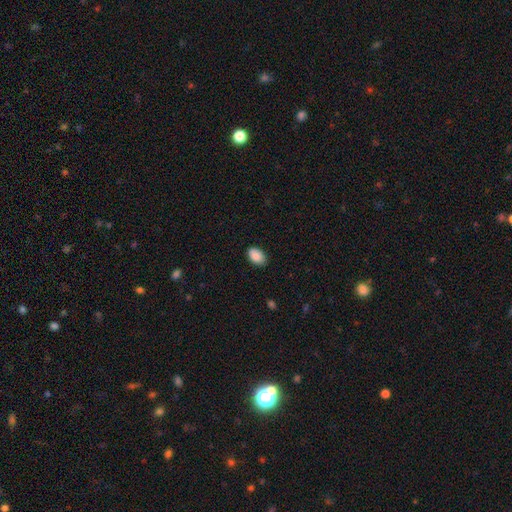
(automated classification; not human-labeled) Smooth or featured?
  - smooth: 89% *
  - star or artifact: 7%
  - featured or disk: 4%
How rounded?
  - in between: 90% *
  - round: 9%
  - cigar-shaped: 1%
Merging?
  - none: 84% *
  - minor disturbance: 13%
  - major disturbance: 2%
  - merger: 1%